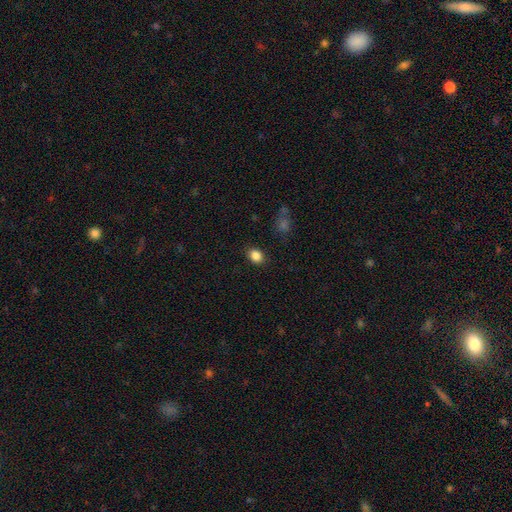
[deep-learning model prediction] This is clearly a smooth galaxy (85%). How rounded: possibly in between (53%). Merging: clearly none (87%).